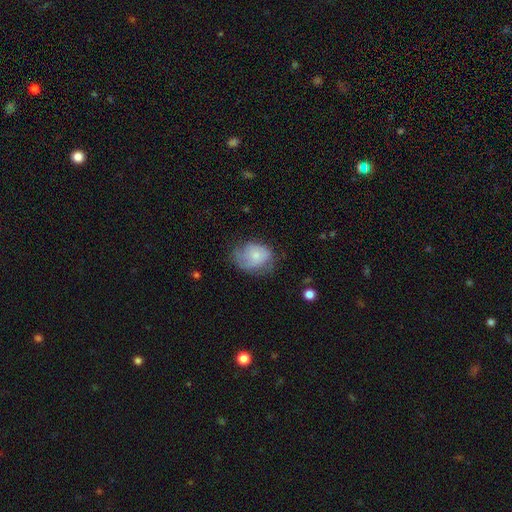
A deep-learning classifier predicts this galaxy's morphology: Smooth or featured? Predicted: smooth (p=0.60). How rounded? Predicted: in between (p=0.52). Merging? Predicted: none (p=0.47).